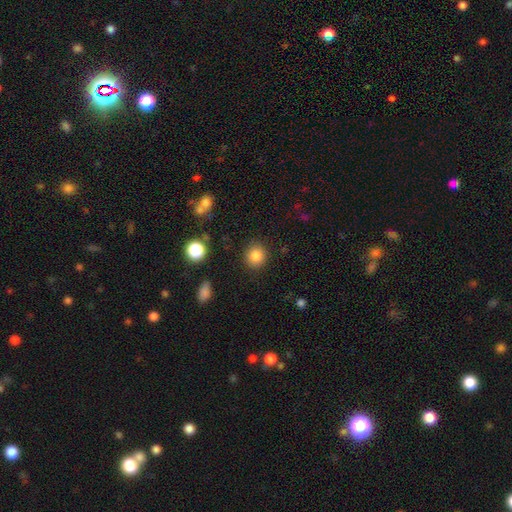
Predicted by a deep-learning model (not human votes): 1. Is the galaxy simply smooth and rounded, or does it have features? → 85% smooth, 10% star or artifact, 5% featured or disk.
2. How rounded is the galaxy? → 83% round, 16% in between, 1% cigar-shaped.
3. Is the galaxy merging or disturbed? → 88% none, 7% minor disturbance, 3% major disturbance, 2% merger.